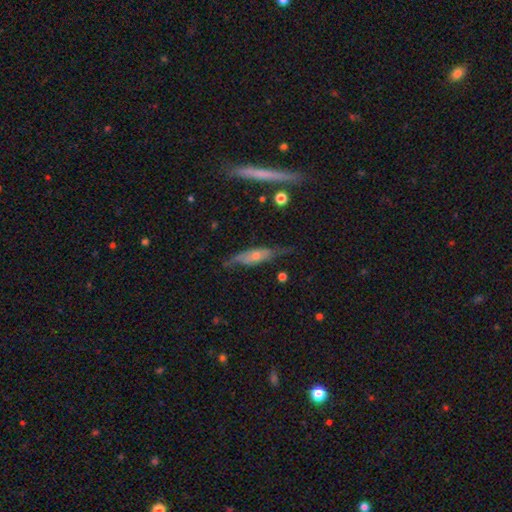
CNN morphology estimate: Smooth or featured: featured or disk — 63% (smooth — 30%)
Edge-on disk: yes — 54% (no — 46%)
Merging: none — 60% (minor disturbance — 27%)